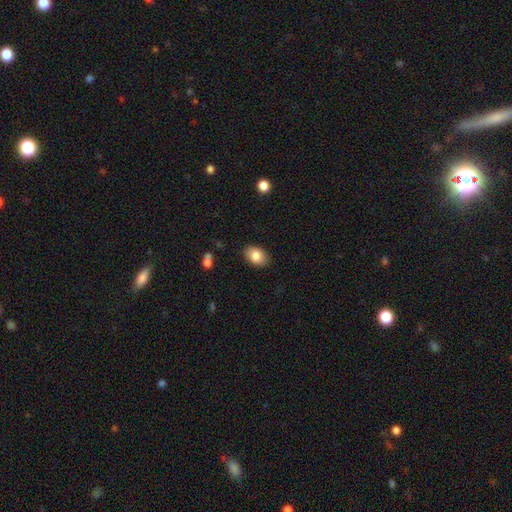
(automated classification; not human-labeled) Overall: smooth (84%). How rounded: in between (83%). Merging: none (87%).